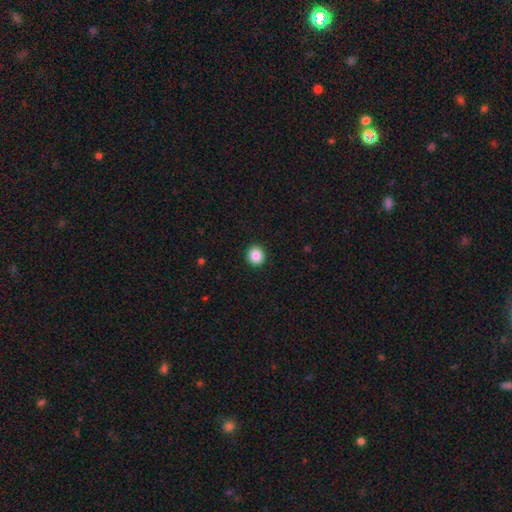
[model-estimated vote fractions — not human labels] smooth_or_featured: smooth (p=0.86) [alt: star or artifact p=0.09]
how_rounded: round (p=0.81) [alt: in between p=0.18]
merging: none (p=0.93) [alt: minor disturbance p=0.05]